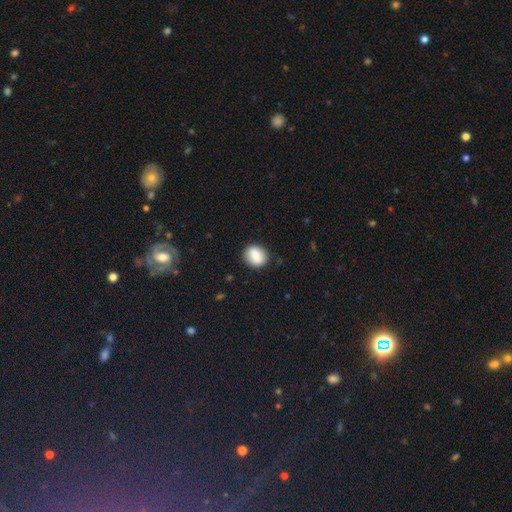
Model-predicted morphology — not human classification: A smooth galaxy with no disk features (86%) that is round (54%).

Vote fractions:
- Smooth or featured? smooth: 86% / star or artifact: 8% / featured or disk: 6%
- How rounded? round: 54% / in between: 45% / cigar-shaped: 1%
- Merging? none: 86% / minor disturbance: 10% / major disturbance: 3% / merger: 1%